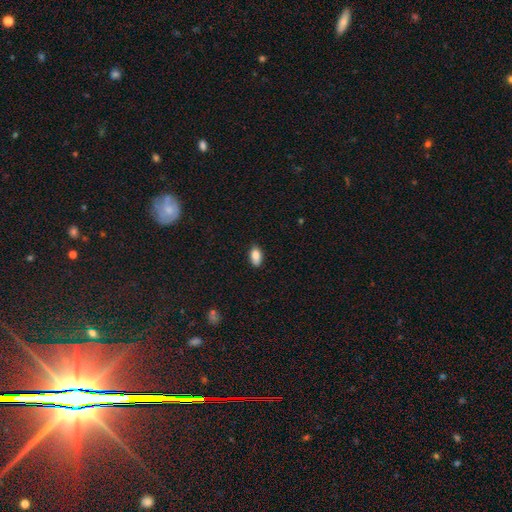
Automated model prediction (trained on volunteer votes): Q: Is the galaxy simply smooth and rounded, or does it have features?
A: smooth — 85%.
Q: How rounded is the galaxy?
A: in between — 91%.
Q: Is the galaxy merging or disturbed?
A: none — 83%.